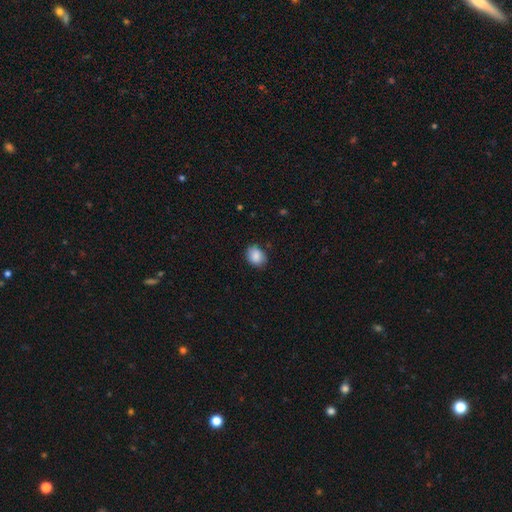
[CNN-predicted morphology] A smooth galaxy with no disk features (87%) that is in between round and cigar-shaped (58%). Merging: none (79%).